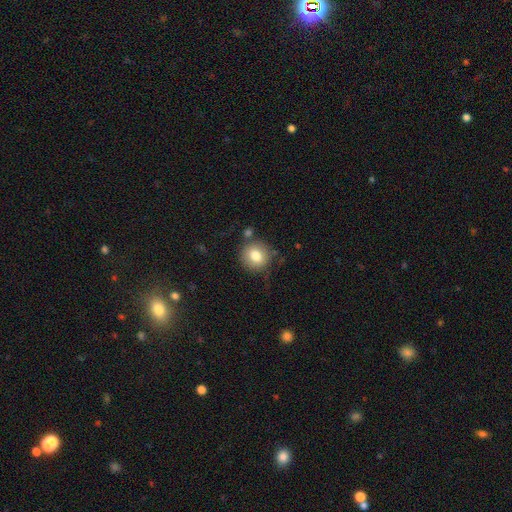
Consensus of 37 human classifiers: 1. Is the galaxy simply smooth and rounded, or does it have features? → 70% smooth, 24% featured or disk, 5% star or artifact.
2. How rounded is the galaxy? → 100% round, 0% in between, 0% cigar-shaped.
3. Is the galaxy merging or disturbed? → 80% none, 14% minor disturbance, 3% major disturbance, 3% merger.